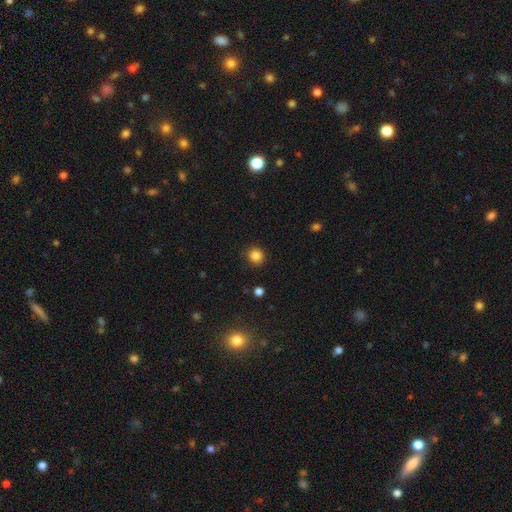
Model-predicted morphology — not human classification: Smooth or featured: smooth — 85% (star or artifact — 12%)
How rounded: round — 92% (in between — 8%)
Merging: none — 89% (minor disturbance — 7%)